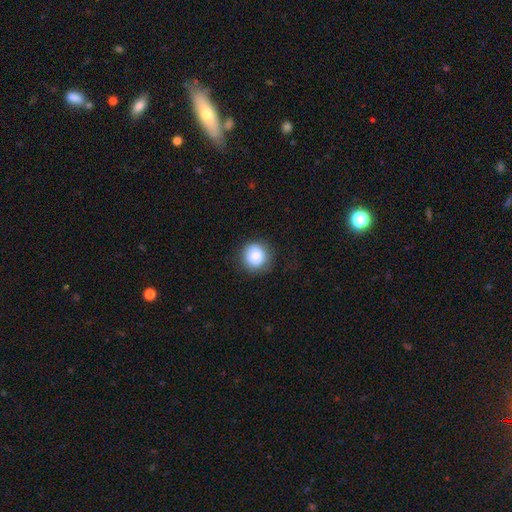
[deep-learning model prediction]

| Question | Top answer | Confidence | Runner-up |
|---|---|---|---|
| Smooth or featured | smooth | 77% | featured or disk (15%) |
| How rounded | round | 90% | in between (9%) |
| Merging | none | 81% | minor disturbance (13%) |